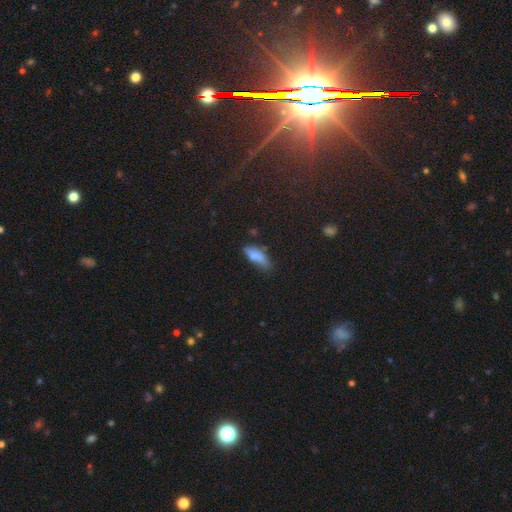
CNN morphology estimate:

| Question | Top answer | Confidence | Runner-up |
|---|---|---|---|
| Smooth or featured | smooth | 67% | featured or disk (21%) |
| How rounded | in between | 61% | cigar-shaped (35%) |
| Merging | none | 45% | minor disturbance (31%) |